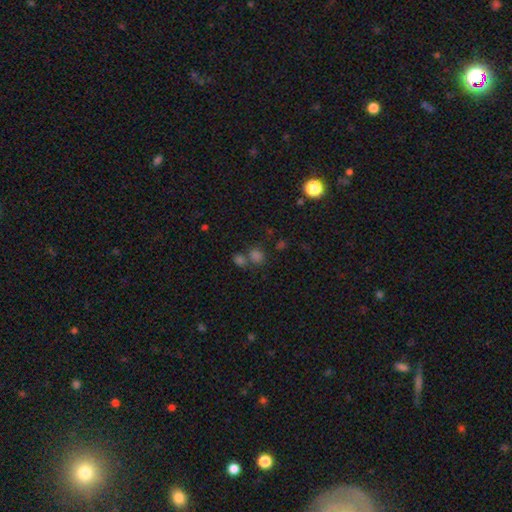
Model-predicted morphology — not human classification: Smooth or featured? smooth (61%)
How rounded? round (70%)
Merging? none (57%)